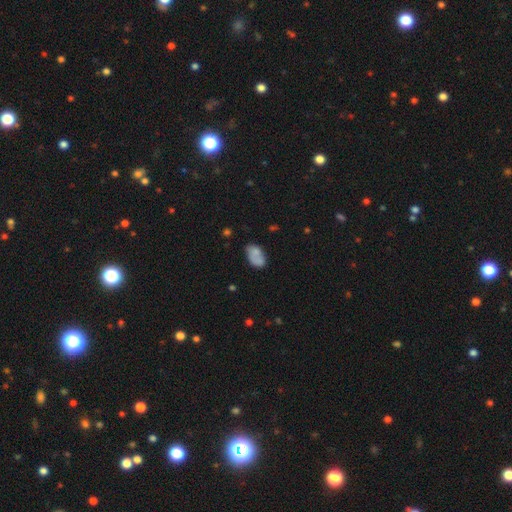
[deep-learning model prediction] This is likely a smooth galaxy (72%). How rounded: clearly in between (90%). Merging: possibly none (48%).